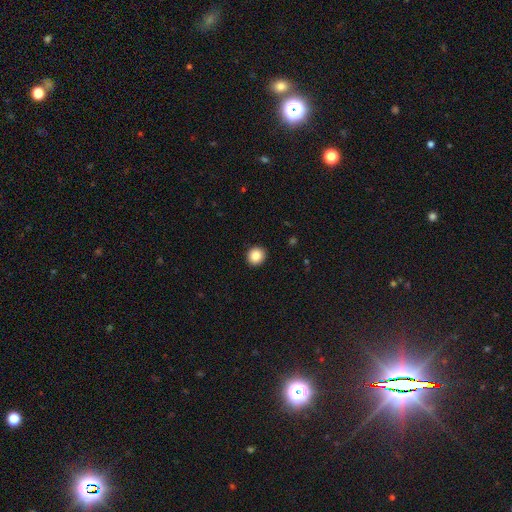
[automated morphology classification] Smooth or featured: smooth — 86% (star or artifact — 9%)
How rounded: round — 93% (in between — 6%)
Merging: none — 93% (minor disturbance — 4%)